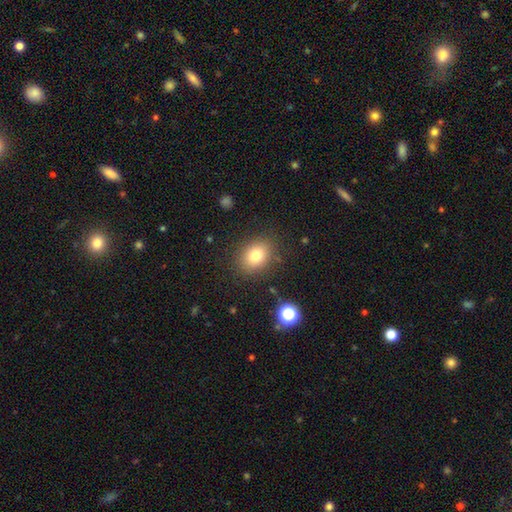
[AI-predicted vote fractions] Smooth or featured? smooth (79%)
How rounded? in between (55%)
Merging? none (85%)